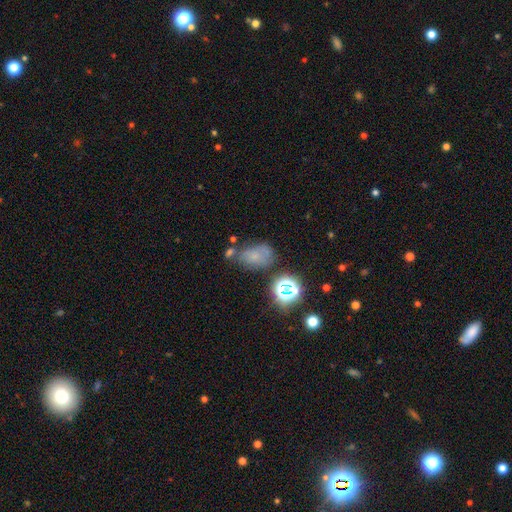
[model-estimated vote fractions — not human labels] A smooth galaxy with no disk features (45%). Merging: none (50%).